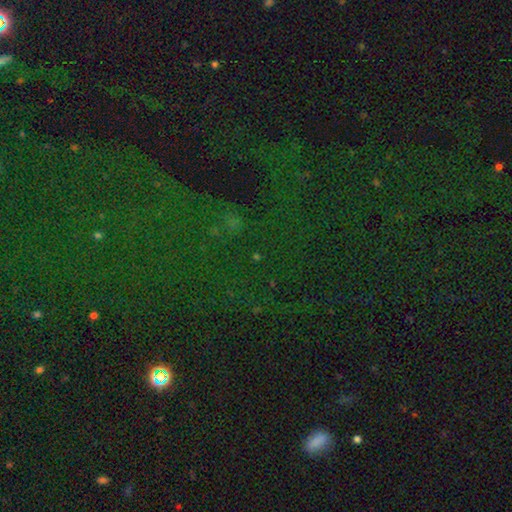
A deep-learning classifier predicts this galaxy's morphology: smooth_or_featured: star or artifact (p=0.77) [alt: smooth p=0.14]